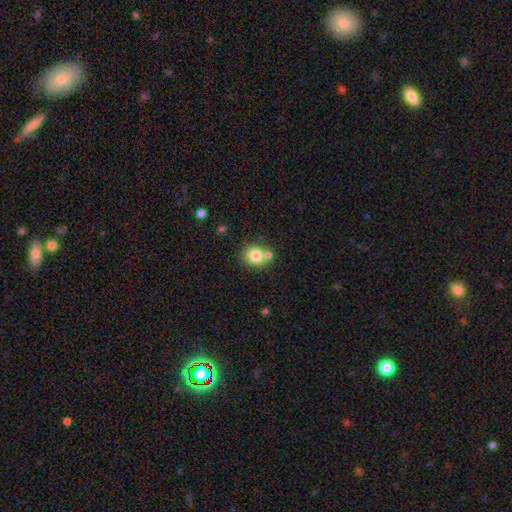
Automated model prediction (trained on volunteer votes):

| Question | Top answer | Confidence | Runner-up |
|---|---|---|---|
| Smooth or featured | smooth | 79% | star or artifact (11%) |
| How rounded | round | 81% | in between (18%) |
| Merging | none | 64% | merger (22%) |